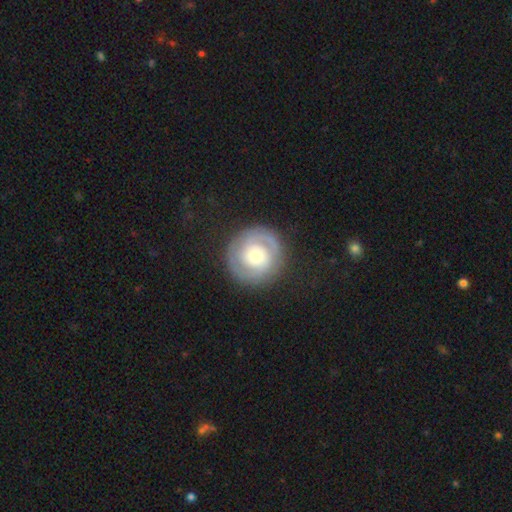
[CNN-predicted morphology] Smooth or featured?
  - featured or disk: 70% *
  - smooth: 24%
  - star or artifact: 6%
Edge-on disk?
  - no: 98% *
  - yes: 2%
Bar?
  - no: 76% *
  - weak: 18%
  - strong: 5%
Spiral arms?
  - yes: 84% *
  - no: 16%
Spiral winding?
  - tight: 69% *
  - medium: 24%
  - loose: 8%
Spiral arm count?
  - 2: 67% *
  - can't tell: 15%
  - 1: 10%
  - 3: 4%
  - 4: 2%
  - more than 4: 2%
Bulge size?
  - small: 46% *
  - moderate: 35%
  - large: 13%
  - dominant: 3%
  - none: 3%
Merging?
  - none: 84% *
  - minor disturbance: 10%
  - major disturbance: 5%
  - merger: 1%